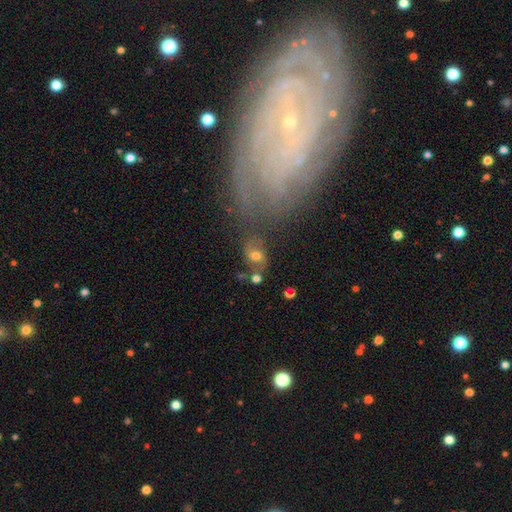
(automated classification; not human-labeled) Q: Smooth or featured?
A: smooth (47%); runner-up: featured or disk (37%)
Q: Merging?
A: none (53%); runner-up: minor disturbance (18%)